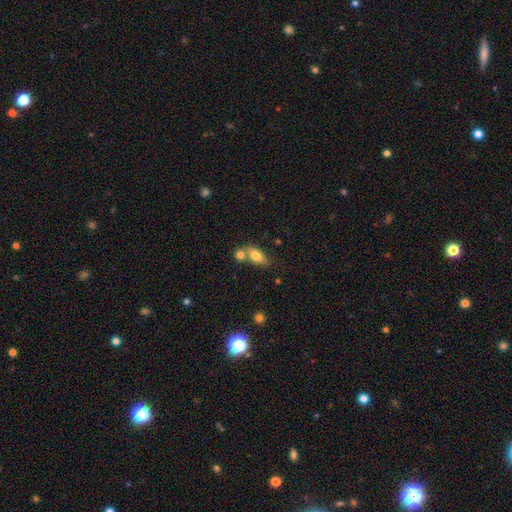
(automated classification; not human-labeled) Morphology: type=smooth (76%); roundness=in between (80%); merging=merger (47%).